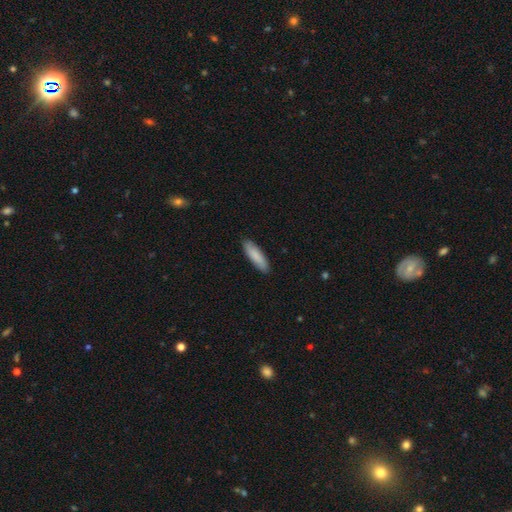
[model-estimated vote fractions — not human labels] A smooth galaxy with no disk features (86%) that is cigar-shaped (60%). Merging: none (88%).